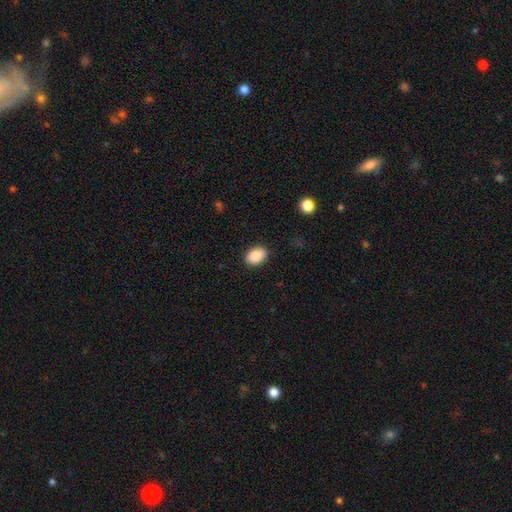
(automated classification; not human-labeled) Smooth or featured: smooth — 89% (star or artifact — 7%)
How rounded: in between — 83% (round — 16%)
Merging: none — 89% (minor disturbance — 8%)